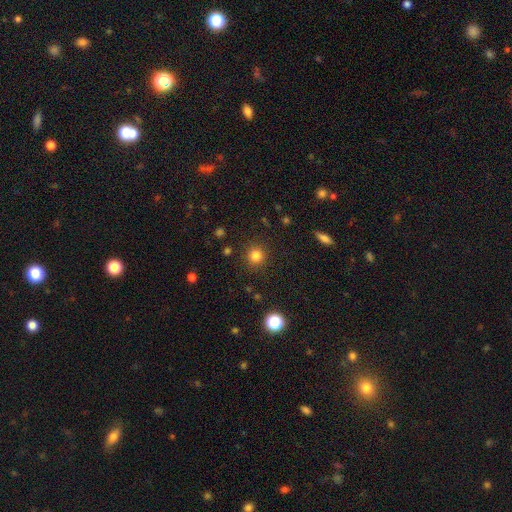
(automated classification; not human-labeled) Smooth or featured: smooth — 82% (star or artifact — 14%)
How rounded: round — 93% (in between — 6%)
Merging: none — 90% (minor disturbance — 6%)